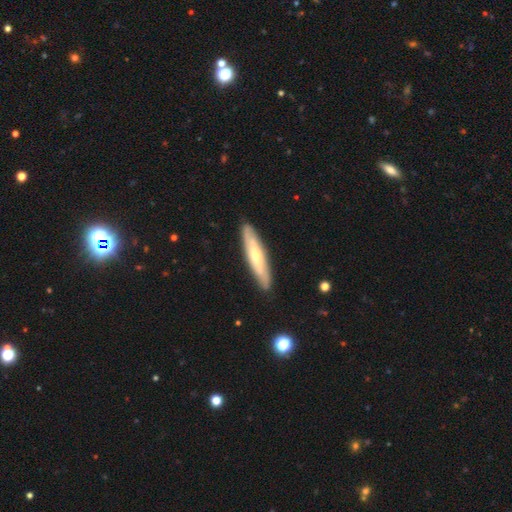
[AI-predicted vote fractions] A featured or disk galaxy (51%) viewed edge-on (69%).

Vote fractions:
- Smooth or featured? featured or disk: 51% / smooth: 43% / star or artifact: 5%
- Edge-on disk? yes: 69% / no: 31%
- Merging? none: 87% / minor disturbance: 10% / major disturbance: 2% / merger: 1%